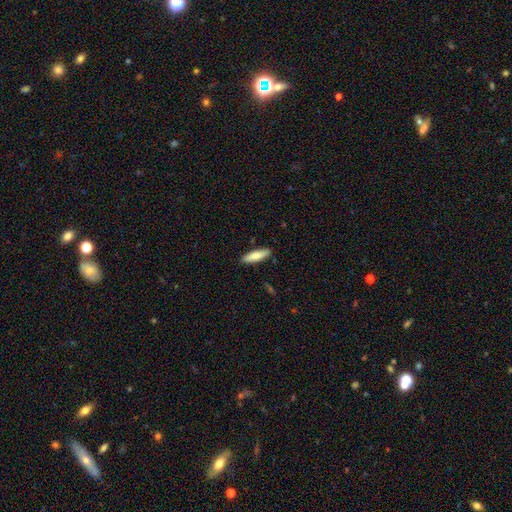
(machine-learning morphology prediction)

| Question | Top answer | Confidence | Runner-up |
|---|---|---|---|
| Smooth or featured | smooth | 78% | featured or disk (16%) |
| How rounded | cigar-shaped | 59% | in between (39%) |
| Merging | none | 88% | minor disturbance (9%) |